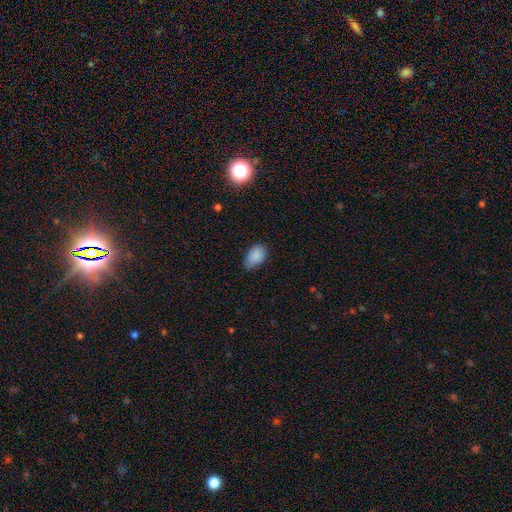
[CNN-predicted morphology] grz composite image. It shows a smooth galaxy with no disk features (87%) that is in between round and cigar-shaped (88%). Merging: none (56%).